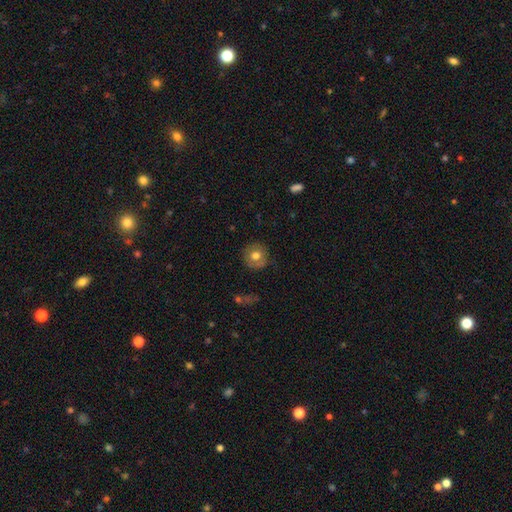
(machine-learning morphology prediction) Smooth or featured: smooth — 72% (featured or disk — 19%)
How rounded: round — 92% (in between — 8%)
Merging: none — 82% (minor disturbance — 13%)